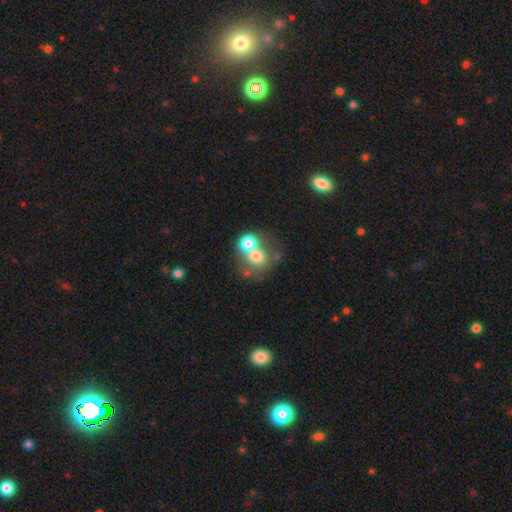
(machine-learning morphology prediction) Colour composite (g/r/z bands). It shows a smooth galaxy with no disk features (64%) that is round (71%). Merging: merger (61%).